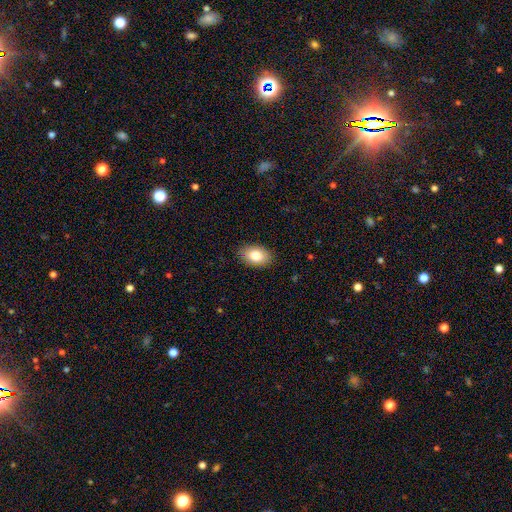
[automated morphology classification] Smooth or featured?
  - smooth: 82% *
  - featured or disk: 11%
  - star or artifact: 7%
How rounded?
  - in between: 89% *
  - round: 10%
  - cigar-shaped: 1%
Merging?
  - none: 88% *
  - minor disturbance: 9%
  - major disturbance: 2%
  - merger: 1%